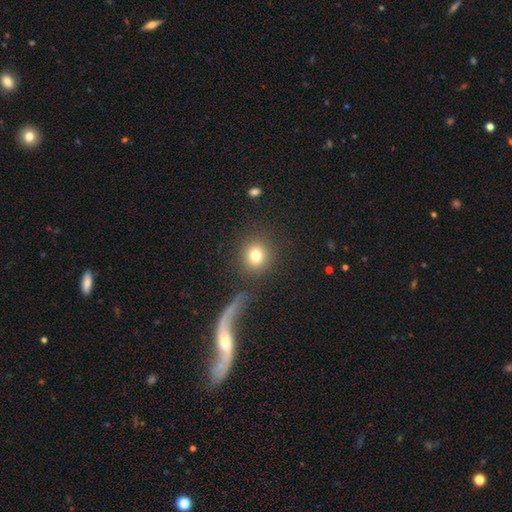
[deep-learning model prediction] smooth_or_featured: smooth (p=0.79) [alt: star or artifact p=0.11]
how_rounded: round (p=0.90) [alt: in between p=0.08]
merging: none (p=0.83) [alt: minor disturbance p=0.08]